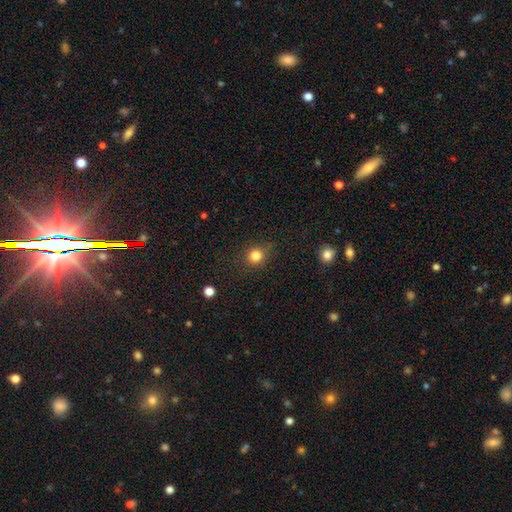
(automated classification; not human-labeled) A smooth galaxy with no disk features (83%) that is round (88%). Merging: none (85%).